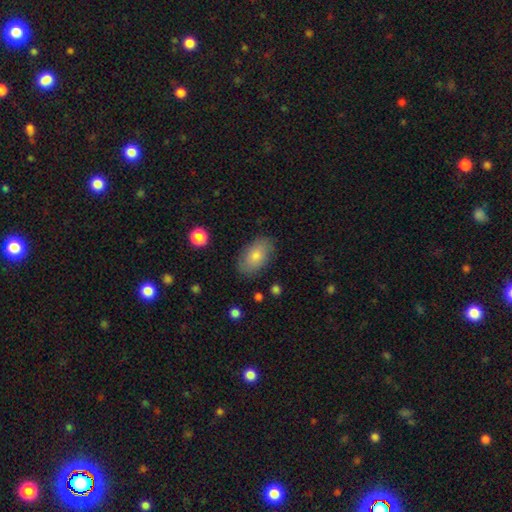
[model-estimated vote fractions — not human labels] smooth-or-featured: smooth: 74% | featured or disk: 18% | star or artifact: 8%
  how-rounded: in between: 92% | round: 6% | cigar-shaped: 2%
  merging: none: 83% | minor disturbance: 12% | major disturbance: 3% | merger: 1%